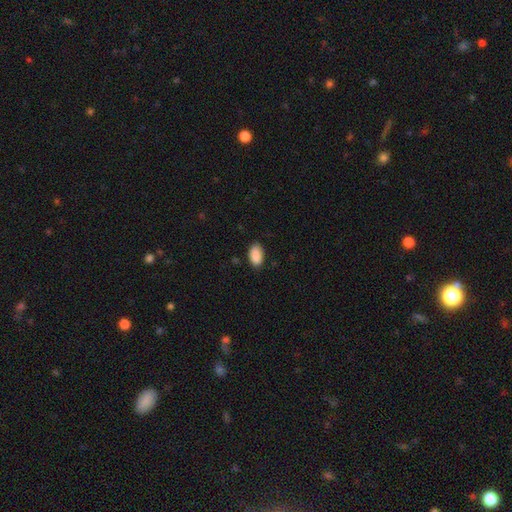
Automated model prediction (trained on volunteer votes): A smooth galaxy with no disk features (90%) that is in between round and cigar-shaped (94%). Merging: none (81%).